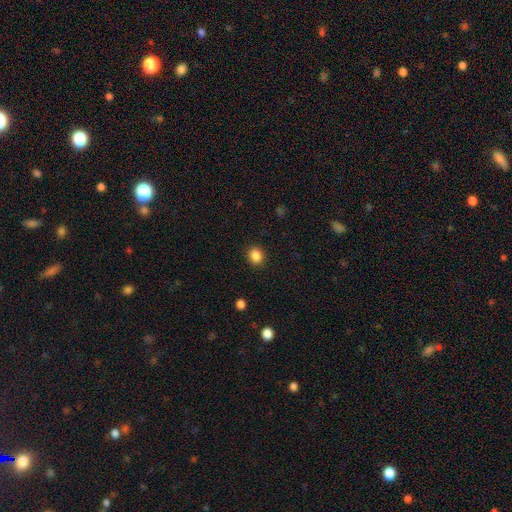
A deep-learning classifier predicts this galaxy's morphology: Smooth or featured? smooth (86%)
How rounded? round (74%)
Merging? none (90%)